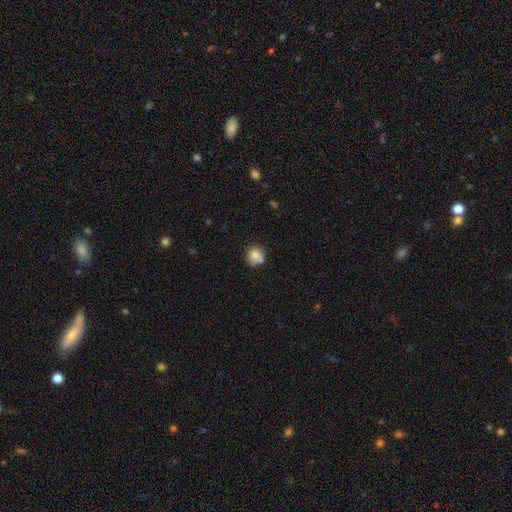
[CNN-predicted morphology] The model was most divided on "merging": none: 65%, minor disturbance: 16%, merger: 16%, major disturbance: 4%. More confident: how rounded — round (87%); smooth or featured — smooth (80%).